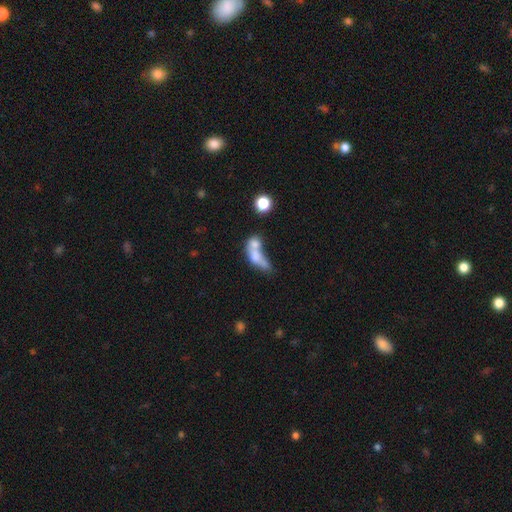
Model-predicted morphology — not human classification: smooth-or-featured: smooth: 57% | featured or disk: 31% | star or artifact: 12%
  how-rounded: in between: 63% | cigar-shaped: 22% | round: 15%
  merging: merger: 61% | none: 16% | major disturbance: 14% | minor disturbance: 10%